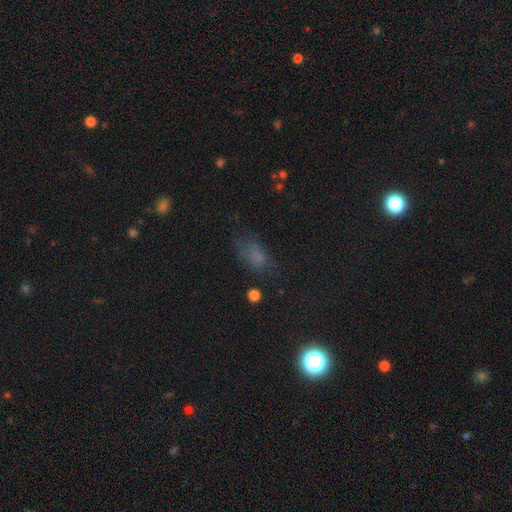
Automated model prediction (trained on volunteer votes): This is possibly a smooth galaxy (60%). How rounded: clearly in between (80%). Merging: possibly none (53%).